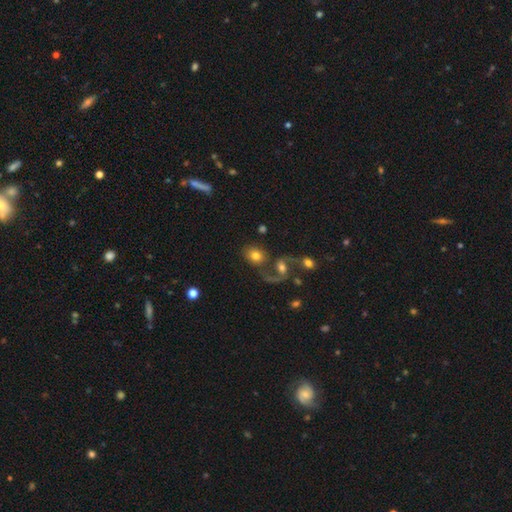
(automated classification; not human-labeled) A smooth galaxy with no disk features (65%) that is in between round and cigar-shaped (50%). Merging: none (49%).